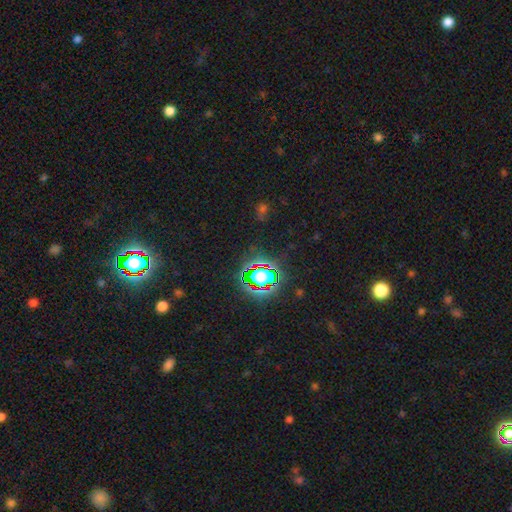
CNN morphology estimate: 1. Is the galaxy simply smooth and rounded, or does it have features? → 79% star or artifact, 13% smooth, 8% featured or disk.